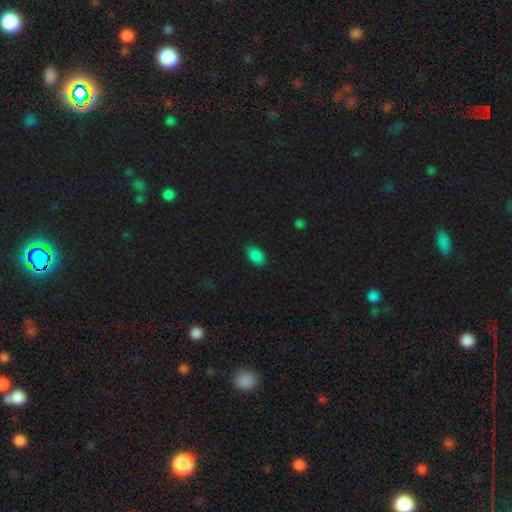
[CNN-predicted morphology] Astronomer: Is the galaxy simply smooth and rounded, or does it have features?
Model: smooth — 85%.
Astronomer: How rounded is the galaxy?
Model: in between — 92%.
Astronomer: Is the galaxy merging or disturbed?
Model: none — 85%.